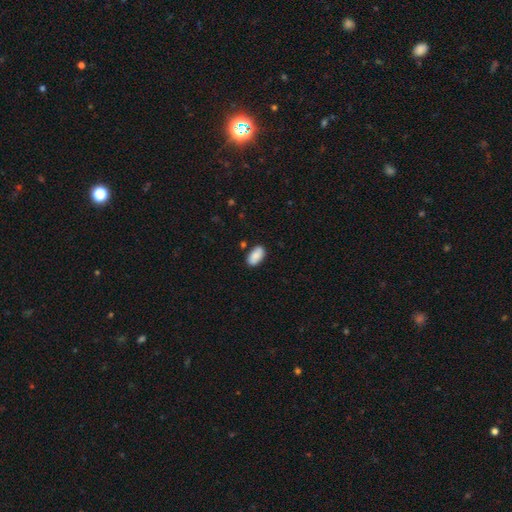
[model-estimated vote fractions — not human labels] Morphology: type=smooth (86%); roundness=in between (94%); merging=none (83%).